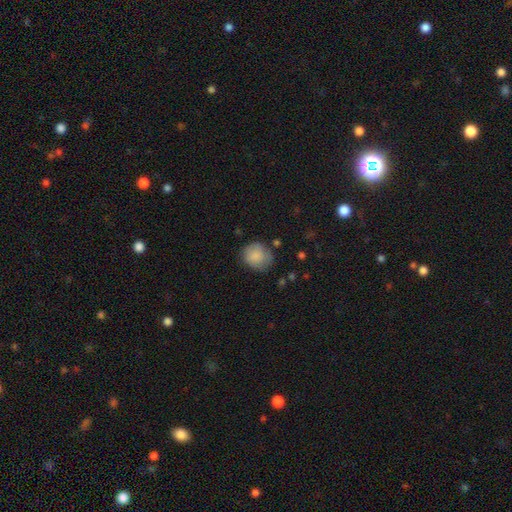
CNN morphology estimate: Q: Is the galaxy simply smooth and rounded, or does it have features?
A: smooth — 83%.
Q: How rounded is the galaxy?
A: round — 72%.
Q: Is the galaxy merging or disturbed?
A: none — 65%.